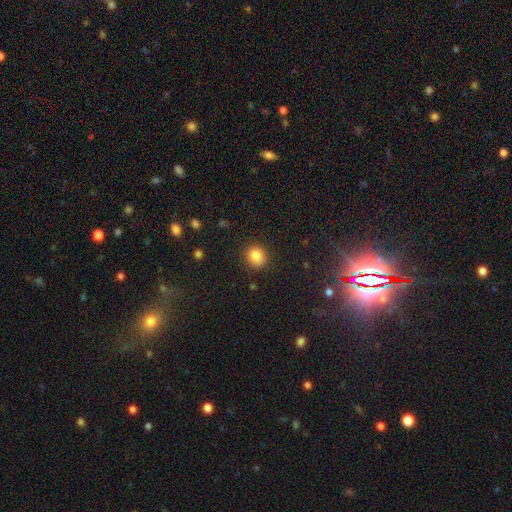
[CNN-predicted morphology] smooth_or_featured: smooth (p=0.85) [alt: star or artifact p=0.10]
how_rounded: round (p=0.78) [alt: in between p=0.21]
merging: none (p=0.86) [alt: minor disturbance p=0.09]